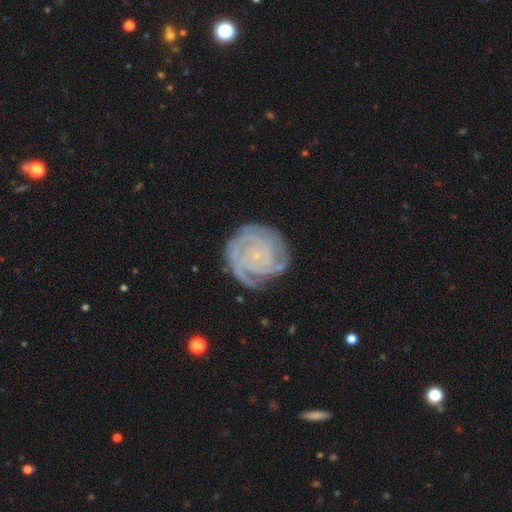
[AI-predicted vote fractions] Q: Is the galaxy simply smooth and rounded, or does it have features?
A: featured or disk — 86%.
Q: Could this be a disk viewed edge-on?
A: no — 98%.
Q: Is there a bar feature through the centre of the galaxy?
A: no — 74%.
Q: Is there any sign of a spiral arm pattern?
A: yes — 97%.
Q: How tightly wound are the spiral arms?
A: tight — 83%.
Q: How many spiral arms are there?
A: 3 — 27%.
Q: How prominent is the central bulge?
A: small — 83%.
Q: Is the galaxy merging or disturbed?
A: none — 75%.